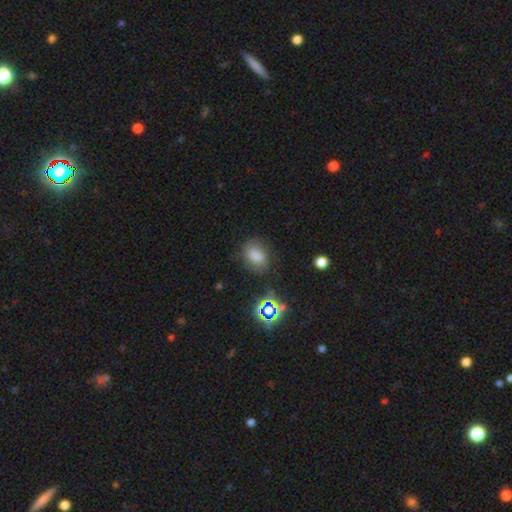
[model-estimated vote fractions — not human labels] Smooth or featured? Predicted: smooth (p=0.70). How rounded? Predicted: in between (p=0.70). Merging? Predicted: none (p=0.74).